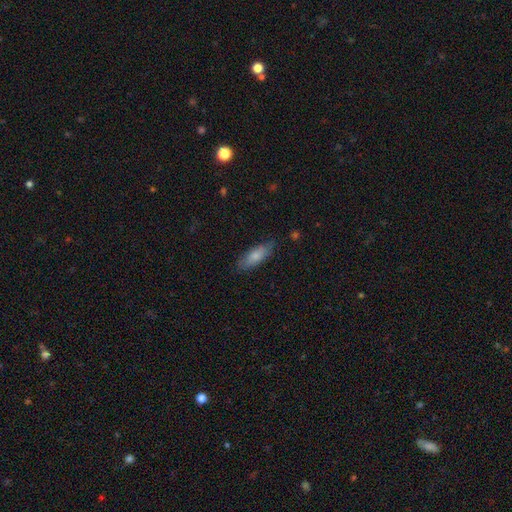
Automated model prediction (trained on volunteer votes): Overall: smooth (77%). How rounded: in between (66%; cigar-shaped 32%). Merging: none (80%).